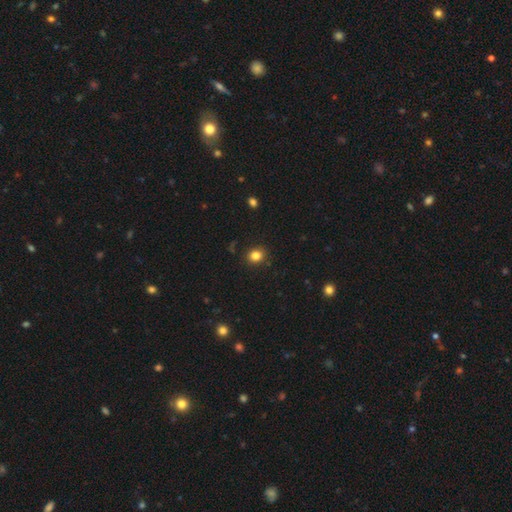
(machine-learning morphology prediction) smooth_or_featured: smooth (p=0.83) [alt: star or artifact p=0.12]
how_rounded: round (p=0.71) [alt: in between p=0.29]
merging: none (p=0.89) [alt: minor disturbance p=0.08]